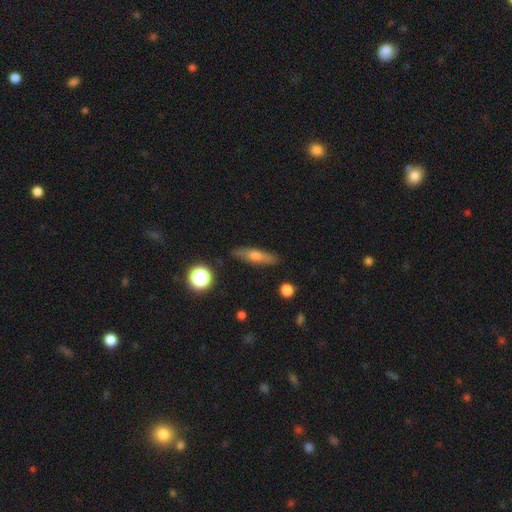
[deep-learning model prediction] This appears to be a smooth galaxy with no disk features (52%) that is cigar-shaped (69%). Merging: none (86%).